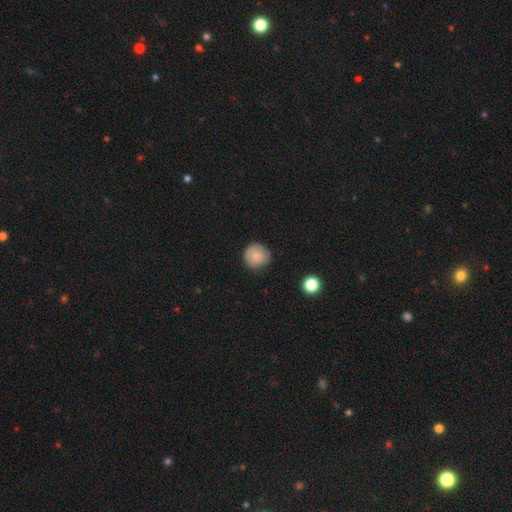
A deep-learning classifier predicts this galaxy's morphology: This is clearly a smooth galaxy (82%). How rounded: clearly round (93%). Merging: clearly none (82%).